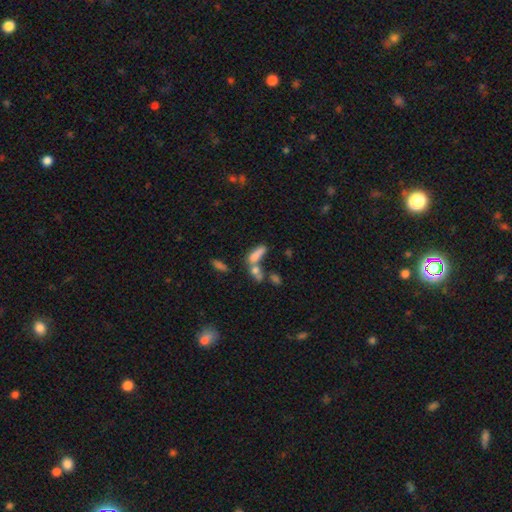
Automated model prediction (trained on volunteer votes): Smooth or featured: smooth — 70% (featured or disk — 18%)
How rounded: in between — 49% (cigar-shaped — 46%)
Merging: merger — 46% (none — 33%)